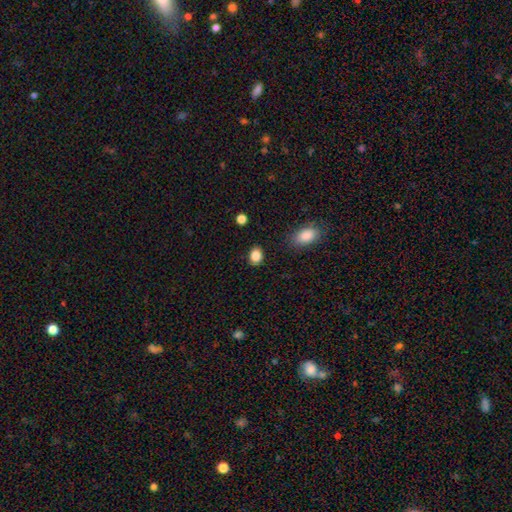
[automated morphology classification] Q: Smooth or featured?
A: smooth (86%); runner-up: star or artifact (9%)
Q: How rounded?
A: in between (59%); runner-up: round (40%)
Q: Merging?
A: none (86%); runner-up: minor disturbance (10%)